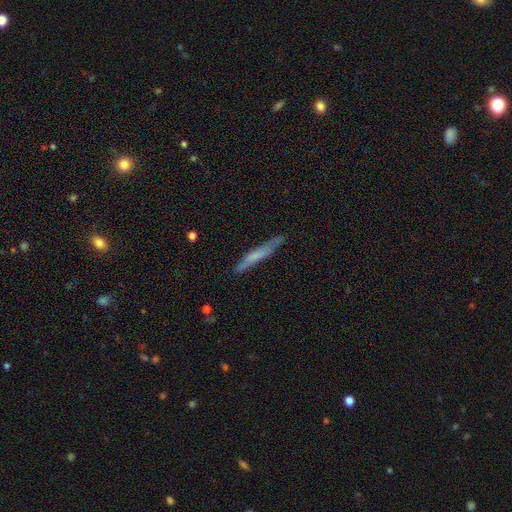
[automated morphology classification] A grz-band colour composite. It shows a smooth galaxy with no disk features (52%) that is cigar-shaped (94%). Merging: none (80%).